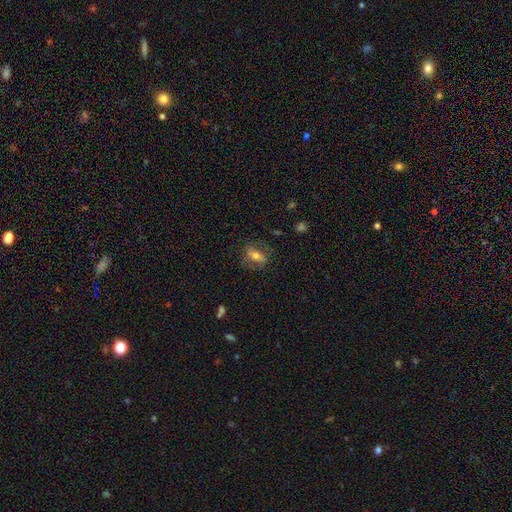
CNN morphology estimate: Smooth or featured? smooth (51%)
How rounded? in between (72%)
Merging? none (73%)